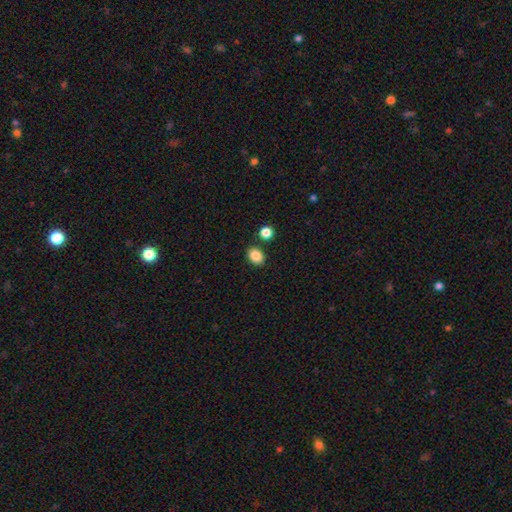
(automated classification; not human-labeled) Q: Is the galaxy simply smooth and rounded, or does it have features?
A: smooth — 87%.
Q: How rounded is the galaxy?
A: in between — 64%.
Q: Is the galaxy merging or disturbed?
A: none — 83%.